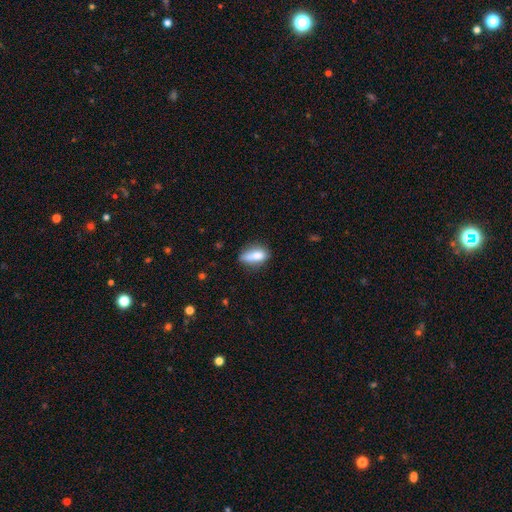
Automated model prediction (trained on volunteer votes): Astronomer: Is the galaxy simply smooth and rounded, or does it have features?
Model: smooth — 77%.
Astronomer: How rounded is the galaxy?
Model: in between — 74%.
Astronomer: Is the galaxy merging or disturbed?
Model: none — 55%.